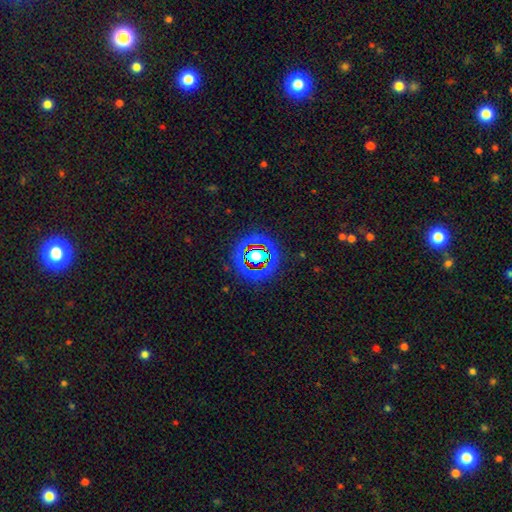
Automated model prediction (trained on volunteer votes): Smooth or featured?
  - star or artifact: 64% *
  - smooth: 24%
  - featured or disk: 12%